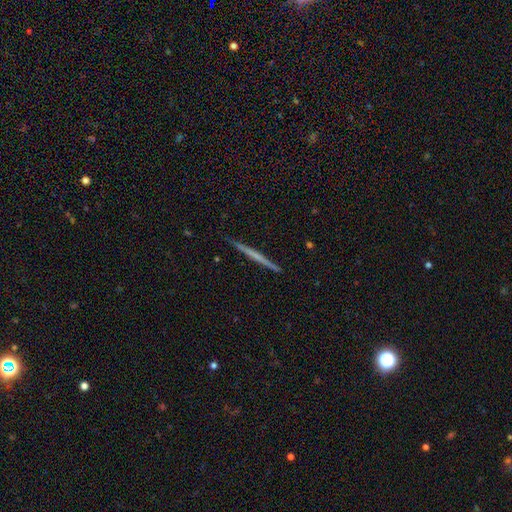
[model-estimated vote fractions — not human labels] A featured or disk galaxy (57%) viewed edge-on (98%) with no central bulge (86%).

Vote fractions:
- Smooth or featured? featured or disk: 57% / smooth: 37% / star or artifact: 6%
- Edge-on disk? yes: 98% / no: 2%
- Edge-on bulge? none: 86% / rounded: 9% / boxy: 4%
- Merging? none: 91% / minor disturbance: 7% / major disturbance: 1% / merger: 1%